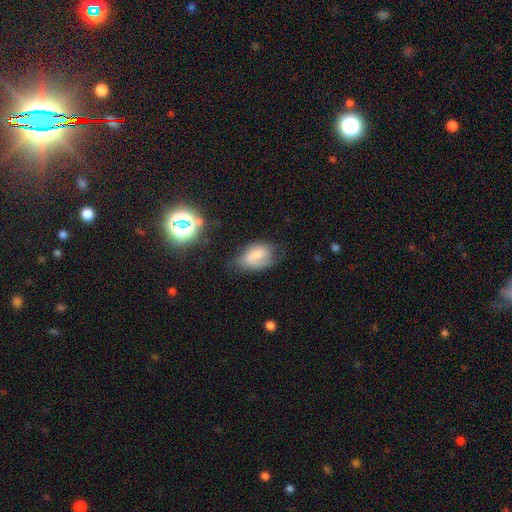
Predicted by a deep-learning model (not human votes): This appears to be a smooth galaxy with no disk features (61%) that is in between round and cigar-shaped (87%). Merging: none (48%).